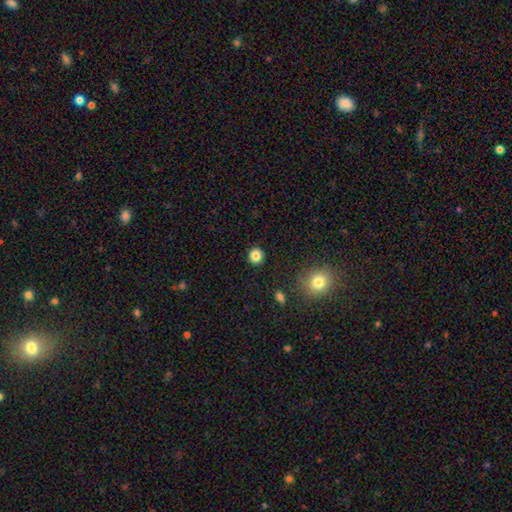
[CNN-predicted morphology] A smooth galaxy with no disk features (85%) that is round (93%). Merging: none (92%).